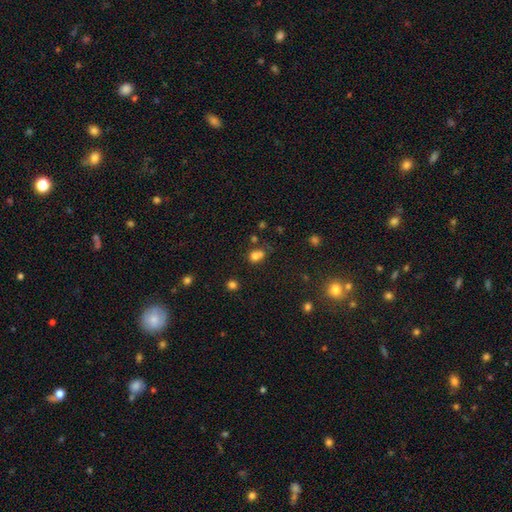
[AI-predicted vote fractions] smooth-or-featured: smooth: 74% | star or artifact: 16% | featured or disk: 10%
  how-rounded: round: 53% | in between: 45% | cigar-shaped: 1%
  merging: none: 39% | merger: 38% | minor disturbance: 16% | major disturbance: 8%